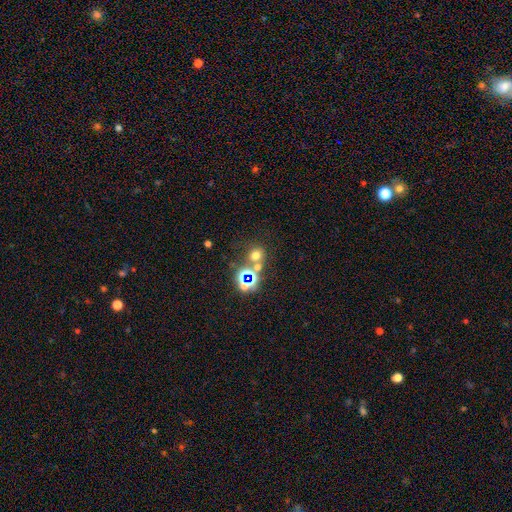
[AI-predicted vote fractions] smooth-or-featured: smooth: 57% | star or artifact: 33% | featured or disk: 10%
  how-rounded: round: 82% | in between: 17% | cigar-shaped: 1%
  merging: none: 61% | merger: 26% | minor disturbance: 8% | major disturbance: 5%